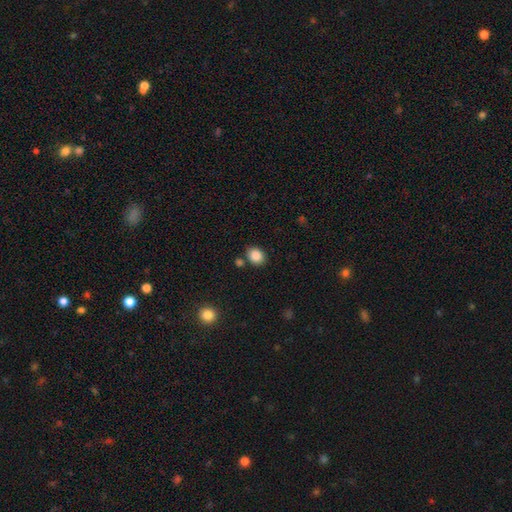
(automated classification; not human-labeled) Smooth or featured? Predicted: smooth (p=0.86). How rounded? Predicted: in between (p=0.50). Merging? Predicted: none (p=0.78).